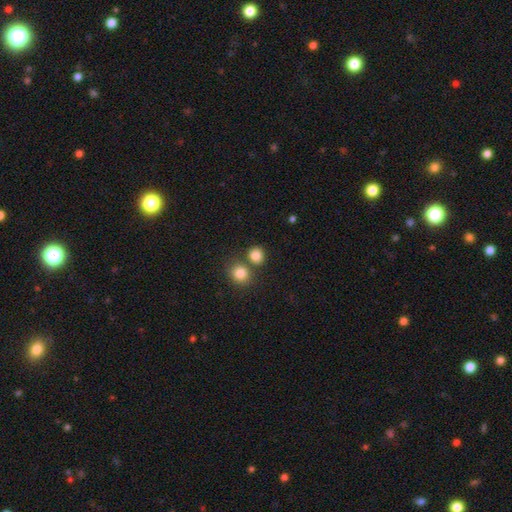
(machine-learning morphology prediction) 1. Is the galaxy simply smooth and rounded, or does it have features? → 84% smooth, 11% star or artifact, 5% featured or disk.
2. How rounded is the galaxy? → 79% round, 20% in between, 1% cigar-shaped.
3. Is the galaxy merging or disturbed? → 64% none, 24% merger, 9% minor disturbance, 3% major disturbance.